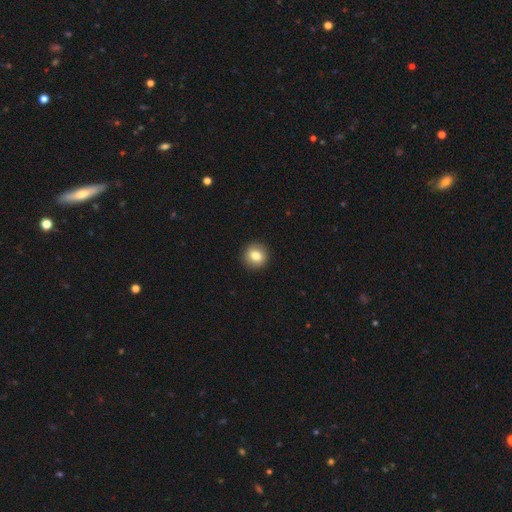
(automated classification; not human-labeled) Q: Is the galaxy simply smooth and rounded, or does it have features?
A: smooth — 81%.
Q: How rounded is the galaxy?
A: round — 91%.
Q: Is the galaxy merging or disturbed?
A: none — 92%.